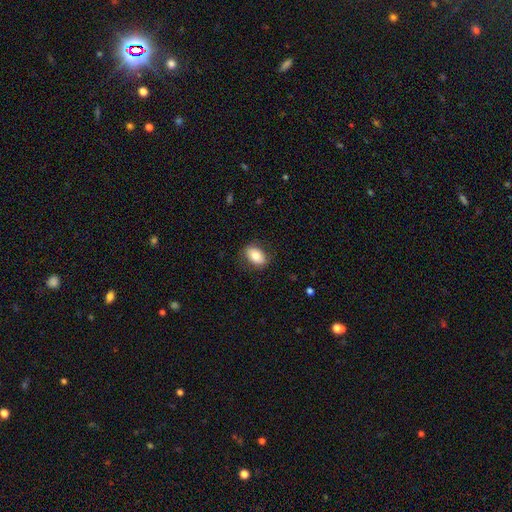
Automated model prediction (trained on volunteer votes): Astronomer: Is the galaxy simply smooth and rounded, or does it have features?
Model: smooth — 77%.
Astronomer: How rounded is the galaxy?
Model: in between — 86%.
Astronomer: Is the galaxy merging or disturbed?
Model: none — 82%.